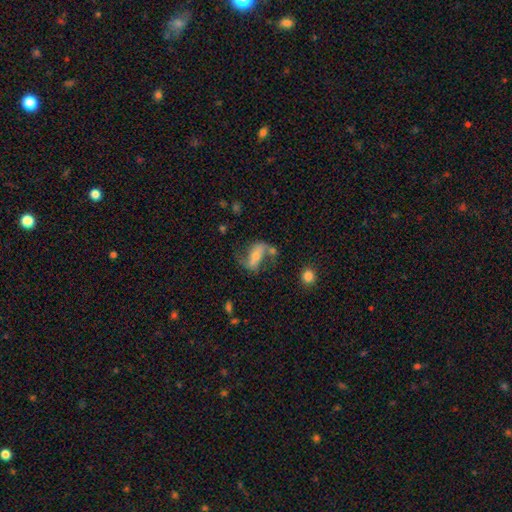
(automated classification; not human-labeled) Overall: featured or disk (63%; smooth 28%). Edge-on disk: no (91%). Bar: strong (44%; no 29%). Spiral arms: yes (81%). Bulge size: small (47%; moderate 33%). Merging: none (46%; major disturbance 20%).